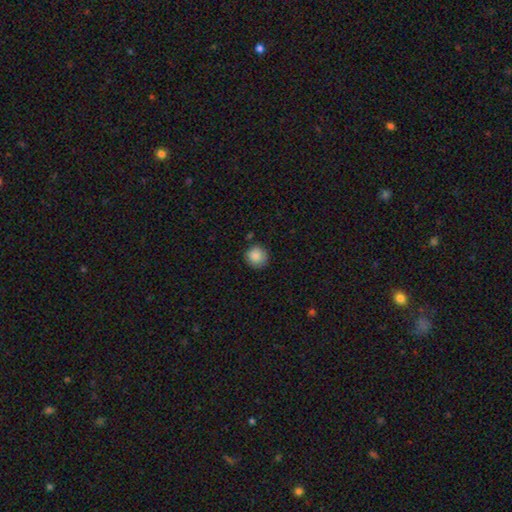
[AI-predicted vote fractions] A smooth galaxy with no disk features (87%) that is round (92%). Merging: none (84%).